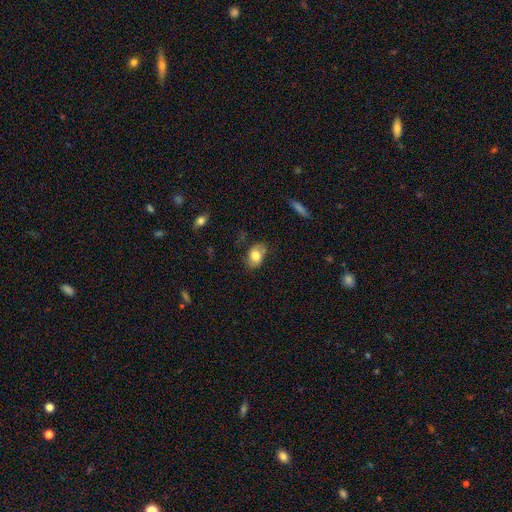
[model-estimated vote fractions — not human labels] smooth_or_featured: smooth (p=0.77) [alt: featured or disk p=0.15]
how_rounded: in between (p=0.79) [alt: round p=0.19]
merging: none (p=0.69) [alt: minor disturbance p=0.23]